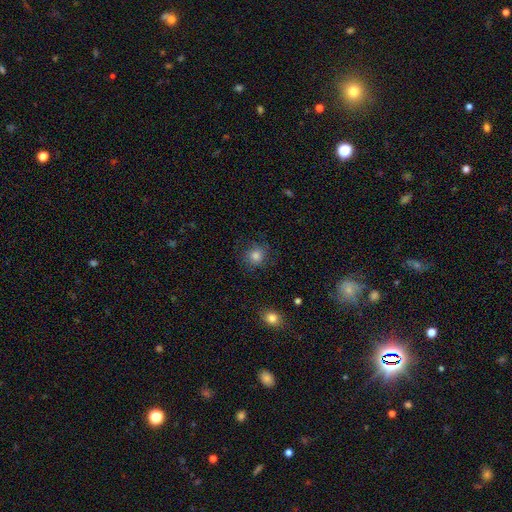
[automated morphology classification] This appears to be a smooth galaxy with no disk features (78%) that is round (85%). Merging: none (80%).